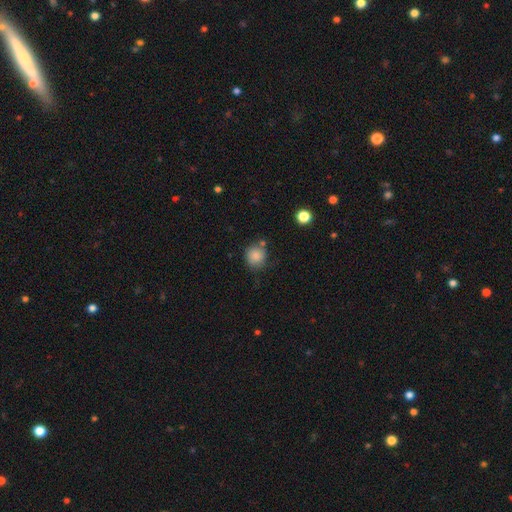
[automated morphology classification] This appears to be a smooth galaxy with no disk features (85%) that is round (87%). Merging: none (70%).